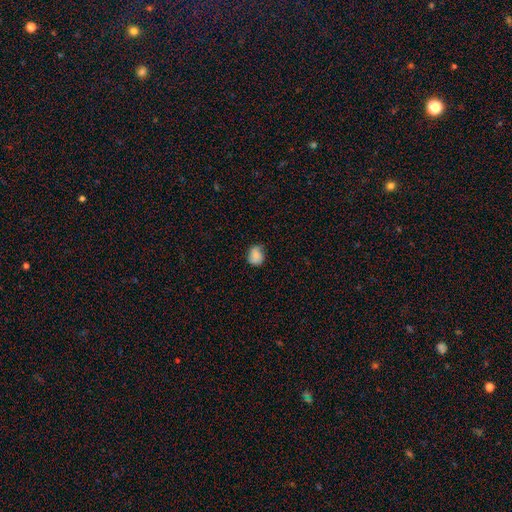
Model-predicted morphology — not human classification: Smooth or featured? smooth (81%)
How rounded? round (62%)
Merging? none (70%)